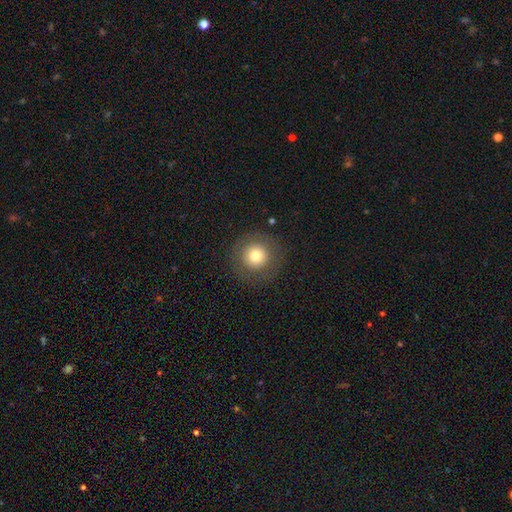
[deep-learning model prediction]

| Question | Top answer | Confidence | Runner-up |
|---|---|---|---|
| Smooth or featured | smooth | 72% | featured or disk (17%) |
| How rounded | round | 96% | in between (4%) |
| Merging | none | 87% | minor disturbance (8%) |